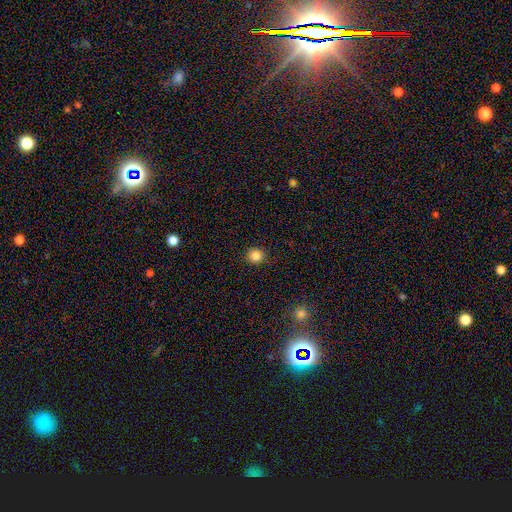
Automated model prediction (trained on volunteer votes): Smooth or featured? smooth (85%)
How rounded? round (92%)
Merging? none (91%)